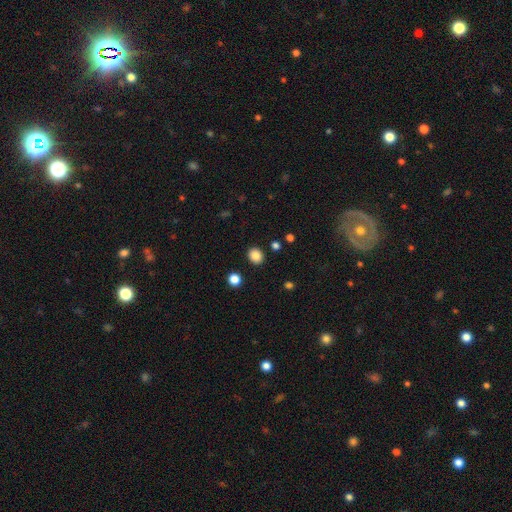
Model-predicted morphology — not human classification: This is clearly a smooth galaxy (86%). How rounded: likely round (69%). Merging: clearly none (89%).